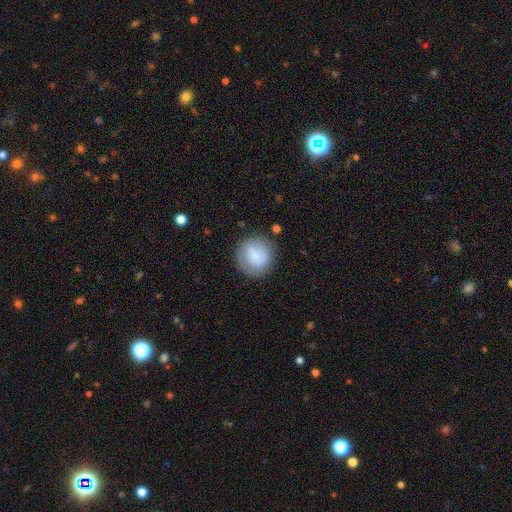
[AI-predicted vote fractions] Smooth or featured? smooth (76%)
How rounded? round (87%)
Merging? none (75%)